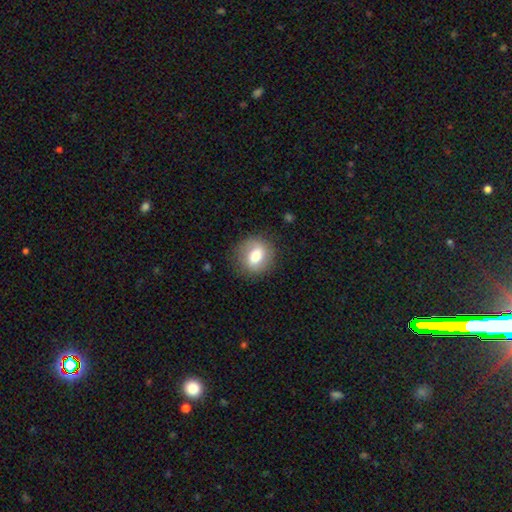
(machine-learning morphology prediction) smooth-or-featured: smooth: 68% | featured or disk: 24% | star or artifact: 8%
  how-rounded: round: 74% | in between: 25% | cigar-shaped: 1%
  merging: none: 83% | minor disturbance: 12% | major disturbance: 4% | merger: 1%